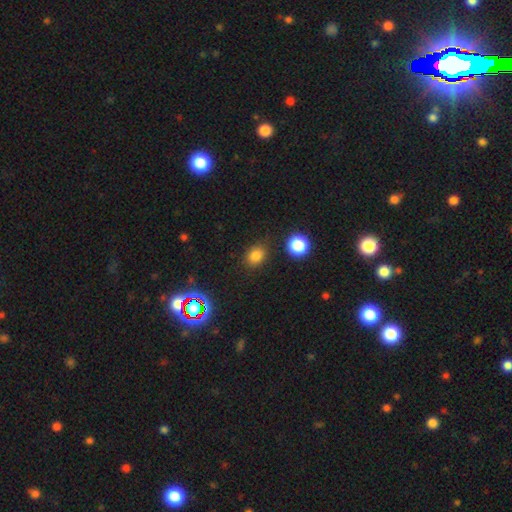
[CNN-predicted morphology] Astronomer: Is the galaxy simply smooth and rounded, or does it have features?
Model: smooth — 80%.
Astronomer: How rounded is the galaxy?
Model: round — 52% (runner-up: in between, 47%).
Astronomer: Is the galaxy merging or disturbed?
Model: none — 83%.